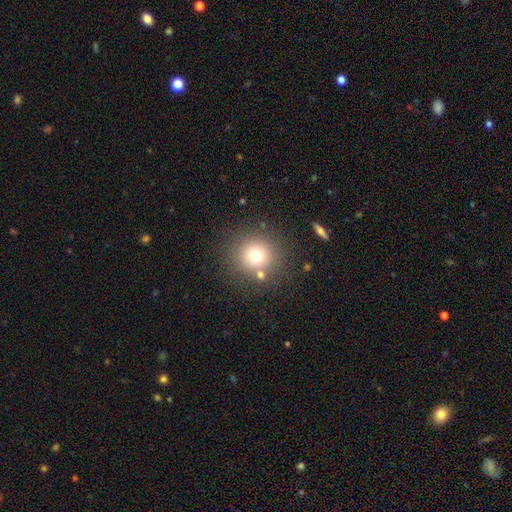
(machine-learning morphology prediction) Smooth or featured? smooth (71%)
How rounded? round (92%)
Merging? none (78%)